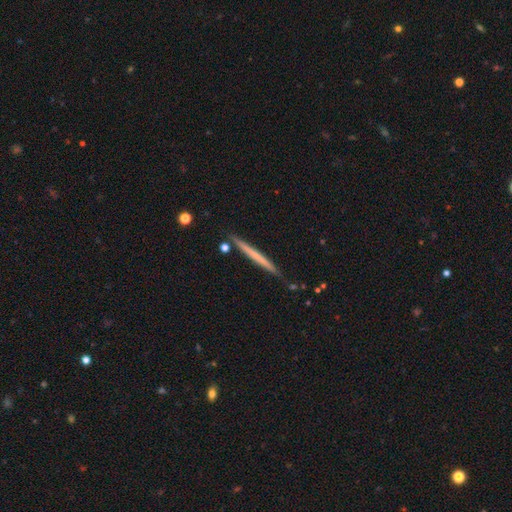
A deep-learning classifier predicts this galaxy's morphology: smooth-or-featured: smooth: 50% | featured or disk: 44% | star or artifact: 6%
  how-rounded: cigar-shaped: 97% | in between: 2% | round: 1%
  merging: none: 87% | minor disturbance: 9% | merger: 2% | major disturbance: 1%